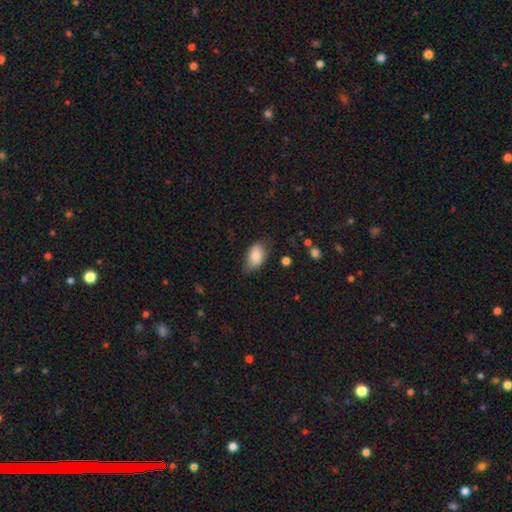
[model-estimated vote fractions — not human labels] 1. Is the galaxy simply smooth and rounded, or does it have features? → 80% smooth, 12% featured or disk, 8% star or artifact.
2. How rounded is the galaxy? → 89% in between, 10% round, 2% cigar-shaped.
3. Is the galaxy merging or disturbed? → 66% none, 28% minor disturbance, 5% major disturbance, 2% merger.